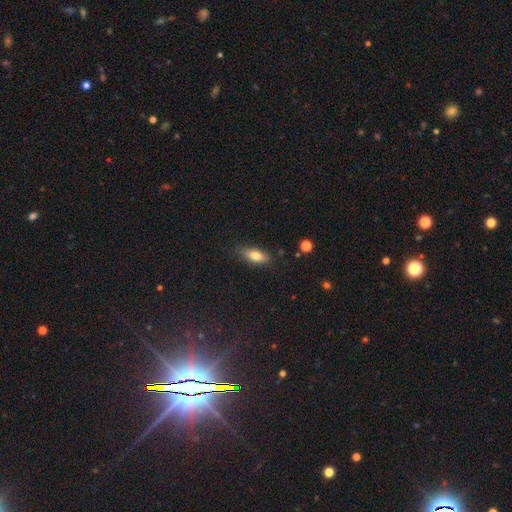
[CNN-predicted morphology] The model was most divided on "how rounded": in between: 75%, cigar-shaped: 22%, round: 3%. More confident: merging — none (80%); smooth or featured — smooth (76%).